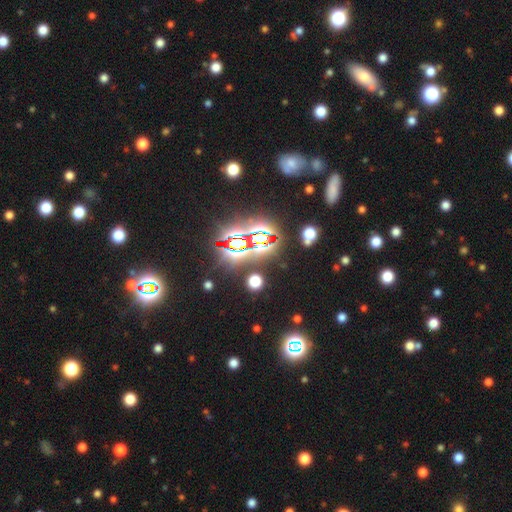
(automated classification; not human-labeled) smooth_or_featured: star or artifact (p=0.70) [alt: smooth p=0.20]